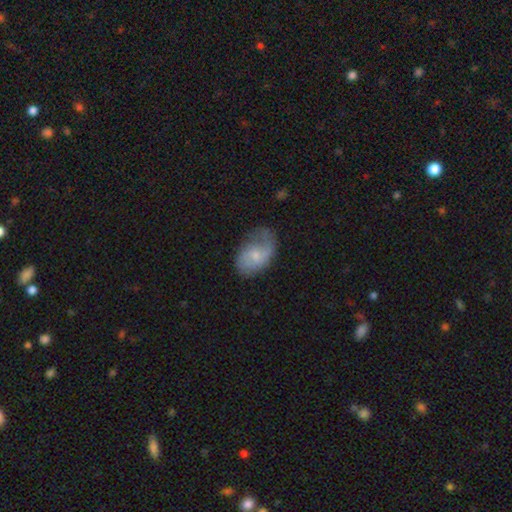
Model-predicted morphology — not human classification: The model was most divided on "smooth or featured": featured or disk: 49%, smooth: 44%, star or artifact: 7%. Remaining: merging — none (47%).